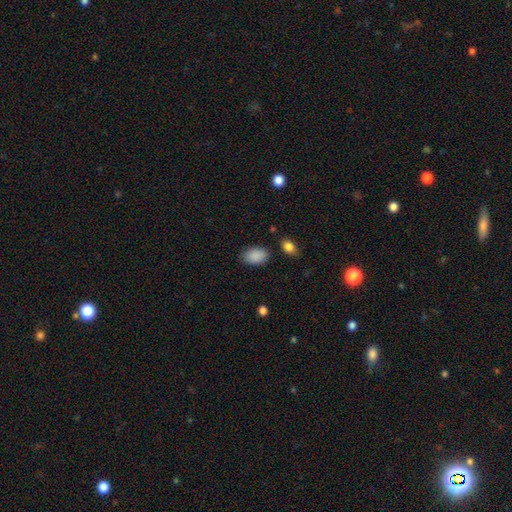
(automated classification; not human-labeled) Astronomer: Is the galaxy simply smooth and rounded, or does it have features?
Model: smooth — 89%.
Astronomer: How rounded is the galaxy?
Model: in between — 89%.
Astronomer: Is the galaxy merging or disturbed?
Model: none — 83%.